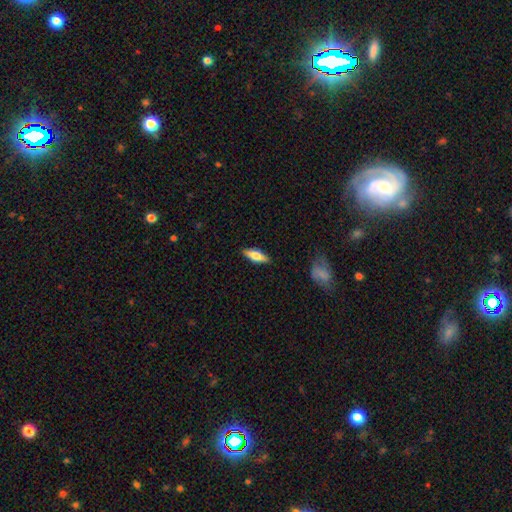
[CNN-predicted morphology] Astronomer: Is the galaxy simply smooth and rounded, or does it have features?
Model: smooth — 61%.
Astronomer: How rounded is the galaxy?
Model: in between — 53% (runner-up: cigar-shaped, 44%).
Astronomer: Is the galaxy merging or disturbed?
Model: none — 87%.